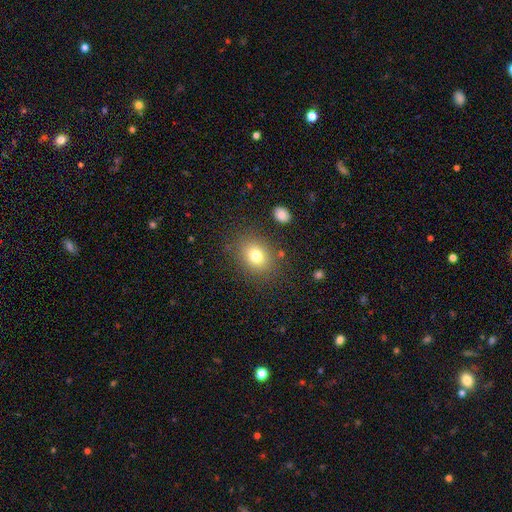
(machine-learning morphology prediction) A smooth galaxy with no disk features (77%) that is in between round and cigar-shaped (50%).

Vote fractions:
- Smooth or featured? smooth: 77% / star or artifact: 12% / featured or disk: 10%
- How rounded? in between: 50% / round: 49% / cigar-shaped: 1%
- Merging? none: 82% / minor disturbance: 11% / major disturbance: 4% / merger: 3%